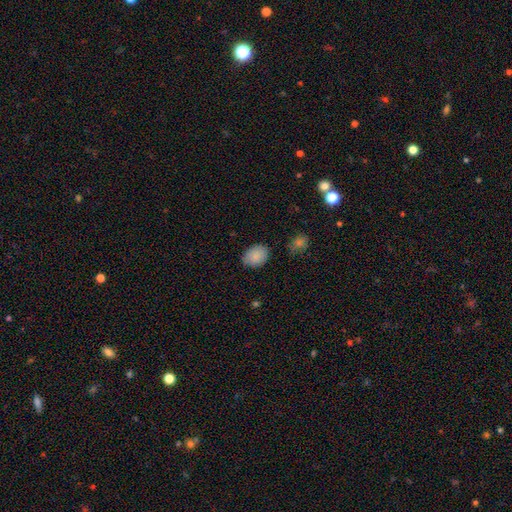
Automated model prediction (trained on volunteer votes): This appears to be a smooth galaxy with no disk features (87%) that is in between round and cigar-shaped (59%). Merging: none (78%).